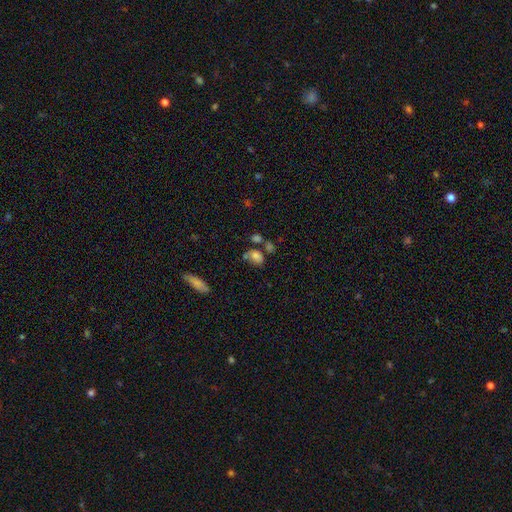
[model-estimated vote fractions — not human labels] This appears to be a smooth galaxy with no disk features (75%) that is in between round and cigar-shaped (77%). Merging: none (47%).